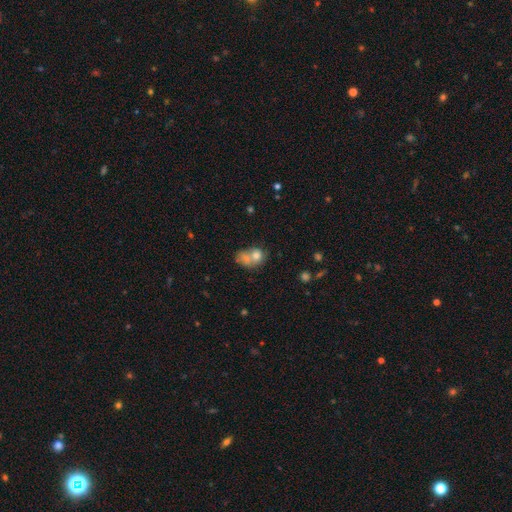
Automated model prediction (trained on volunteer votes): Smooth or featured? smooth (72%)
How rounded? round (54%)
Merging? merger (63%)